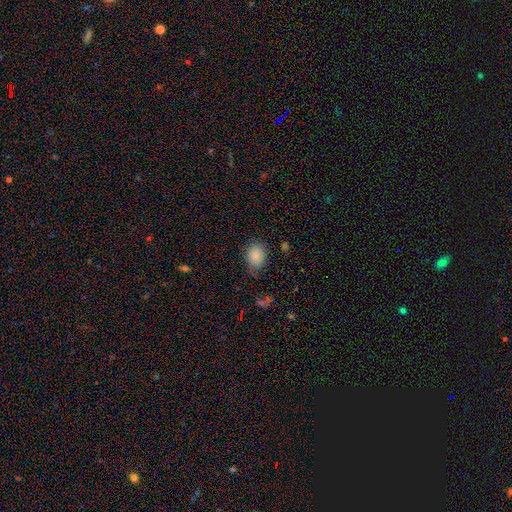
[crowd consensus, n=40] smooth-or-featured: smooth: 95% | featured or disk: 2% | star or artifact: 2%
  how-rounded: in between: 55% | round: 45% | cigar-shaped: 0%
  merging: none: 72% | minor disturbance: 26% | merger: 3% | major disturbance: 0%